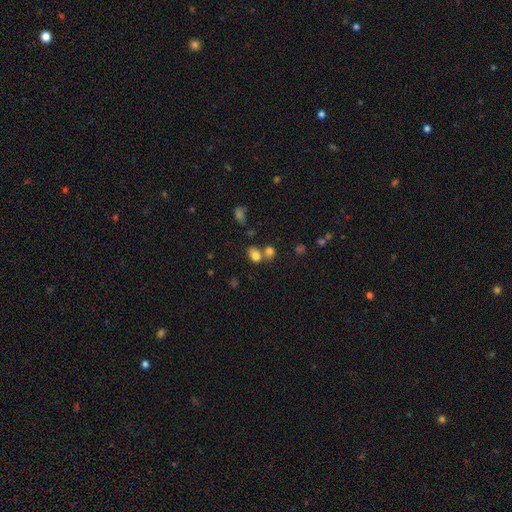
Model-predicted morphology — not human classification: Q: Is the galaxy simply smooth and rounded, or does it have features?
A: smooth — 79%.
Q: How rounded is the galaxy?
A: in between — 72%.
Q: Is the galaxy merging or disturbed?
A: none — 50%.